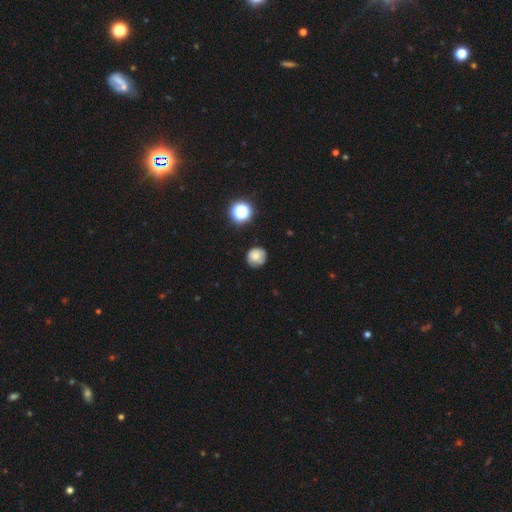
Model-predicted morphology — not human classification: This is likely a smooth galaxy (70%). How rounded: clearly round (85%). Merging: likely none (68%).